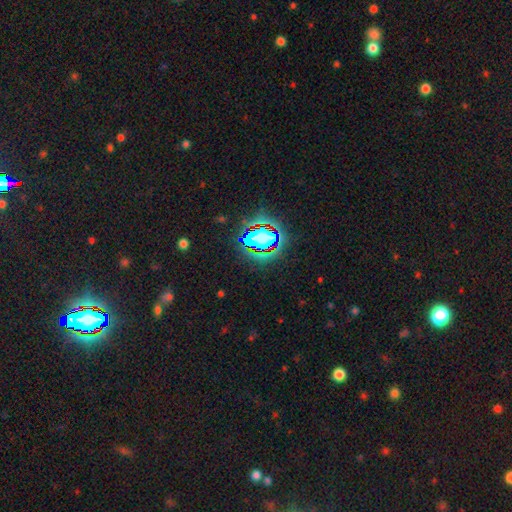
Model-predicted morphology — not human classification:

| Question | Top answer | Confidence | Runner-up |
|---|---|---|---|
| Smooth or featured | star or artifact | 82% | smooth (11%) |